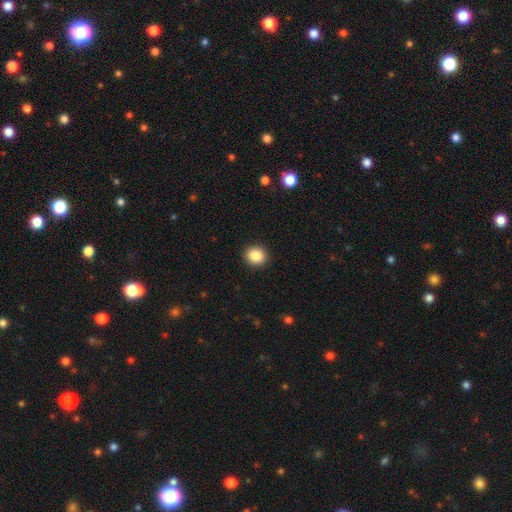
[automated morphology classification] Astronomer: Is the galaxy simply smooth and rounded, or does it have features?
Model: smooth — 87%.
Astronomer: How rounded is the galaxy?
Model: round — 77%.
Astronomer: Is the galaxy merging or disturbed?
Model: none — 91%.